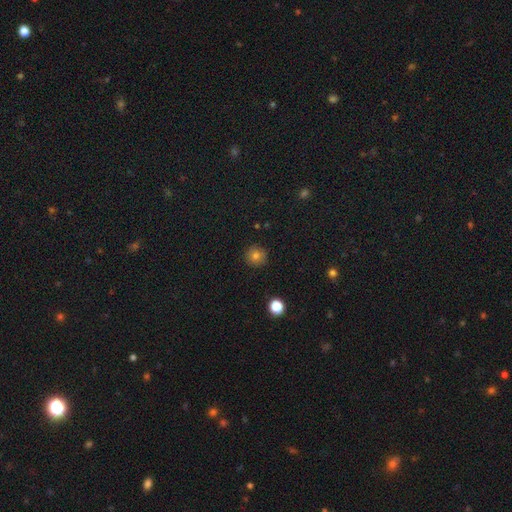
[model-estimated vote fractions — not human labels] Morphology: type=smooth (79%); roundness=round (94%); merging=none (90%).